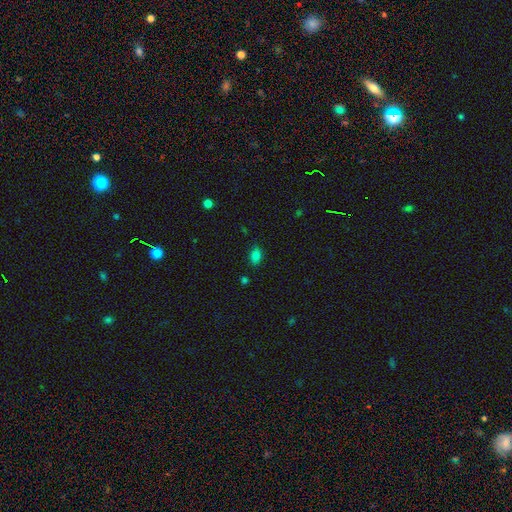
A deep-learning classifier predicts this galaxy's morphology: A smooth galaxy with no disk features (80%) that is in between round and cigar-shaped (80%).

Vote fractions:
- Smooth or featured? smooth: 80% / star or artifact: 14% / featured or disk: 6%
- How rounded? in between: 80% / round: 18% / cigar-shaped: 2%
- Merging? none: 81% / minor disturbance: 14% / major disturbance: 3% / merger: 2%